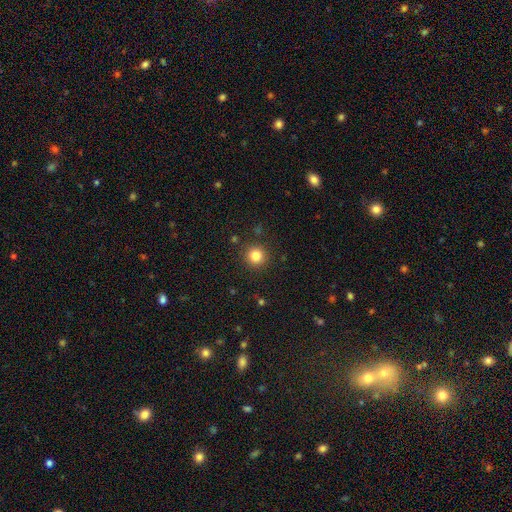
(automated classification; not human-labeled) smooth-or-featured: smooth: 83% | star or artifact: 12% | featured or disk: 5%
  how-rounded: round: 95% | in between: 4% | cigar-shaped: 1%
  merging: none: 91% | minor disturbance: 6% | major disturbance: 2% | merger: 1%